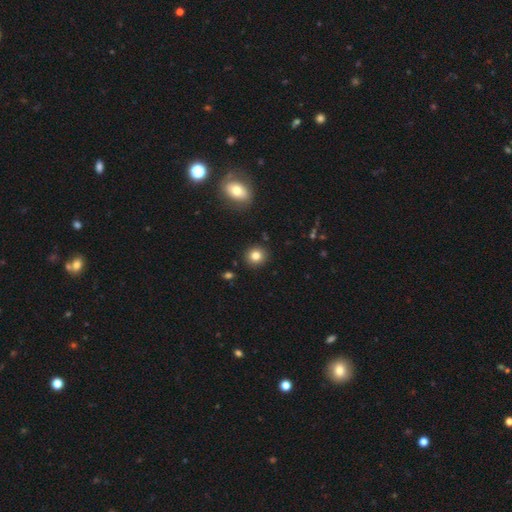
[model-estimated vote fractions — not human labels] Overall: smooth (82%). How rounded: round (87%). Merging: none (90%).